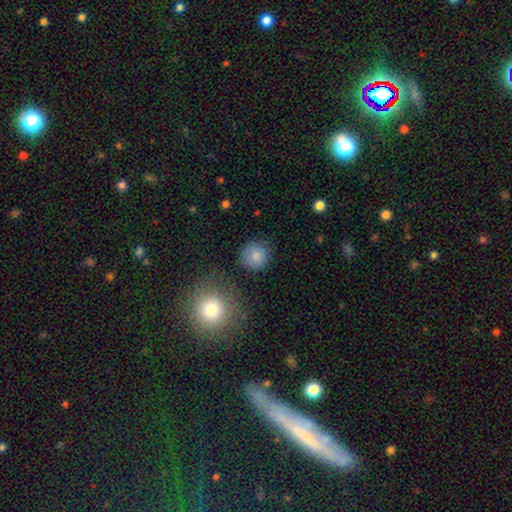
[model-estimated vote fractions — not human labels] The model was most divided on "merging": none: 84%, minor disturbance: 9%, major disturbance: 3%, merger: 3%. More confident: how rounded — round (93%); smooth or featured — smooth (85%).